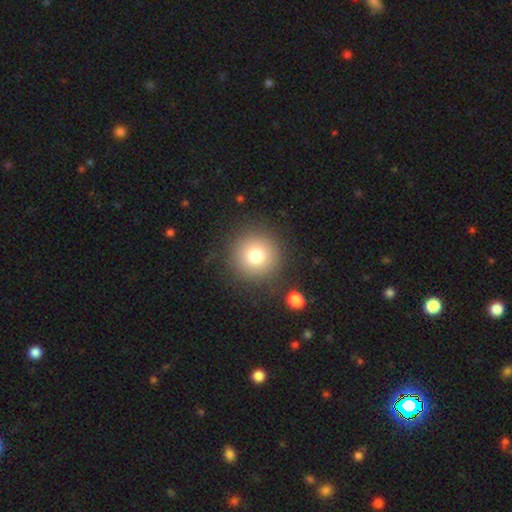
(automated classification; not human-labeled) The model was most divided on "smooth or featured": smooth: 78%, star or artifact: 12%, featured or disk: 10%. More confident: how rounded — round (95%); merging — none (86%).